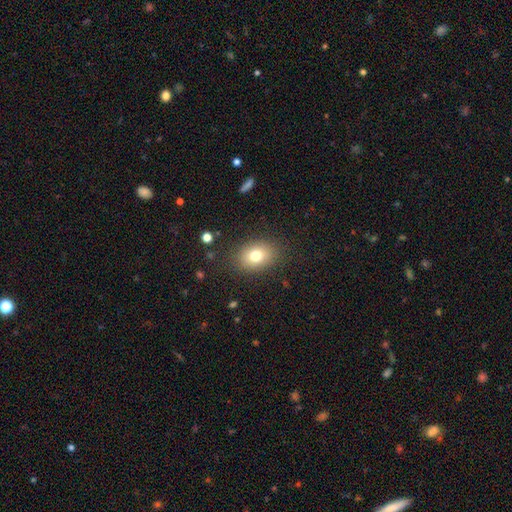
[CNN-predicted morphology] type=smooth (76%); roundness=in between (66%); merging=none (85%).